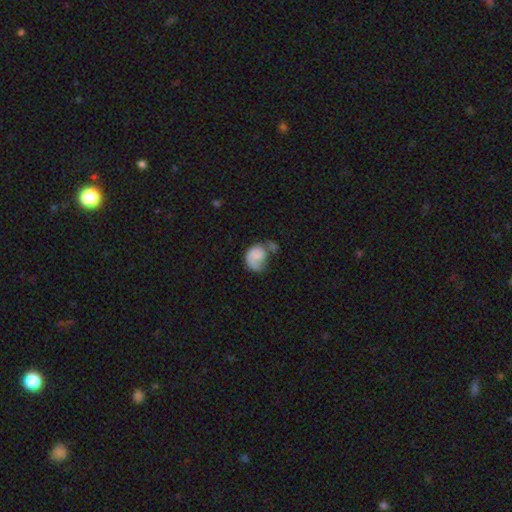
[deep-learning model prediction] The model was most divided on "how rounded": in between: 50%, round: 49%, cigar-shaped: 1%. Remaining: smooth or featured — smooth (57%); merging — major disturbance (33%).